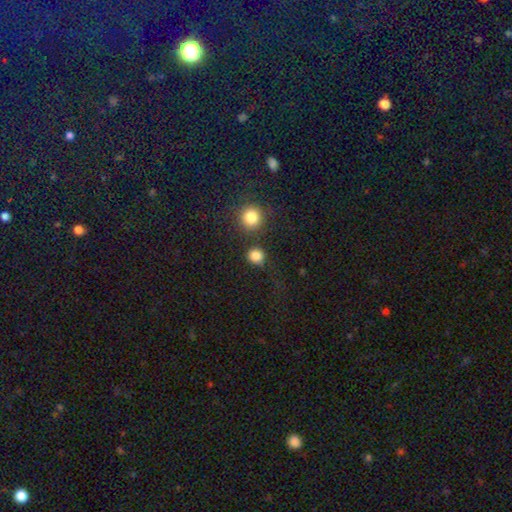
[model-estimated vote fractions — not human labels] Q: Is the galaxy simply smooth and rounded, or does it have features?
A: smooth — 84%.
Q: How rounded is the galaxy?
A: round — 86%.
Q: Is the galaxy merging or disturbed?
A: none — 76%.